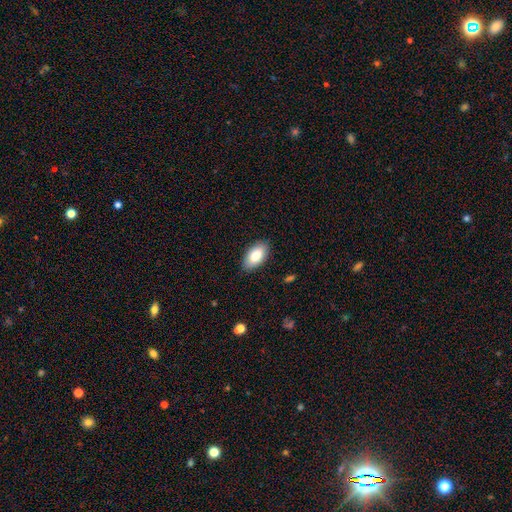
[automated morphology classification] This appears to be a smooth galaxy with no disk features (83%) that is in between round and cigar-shaped (94%). Merging: none (87%).